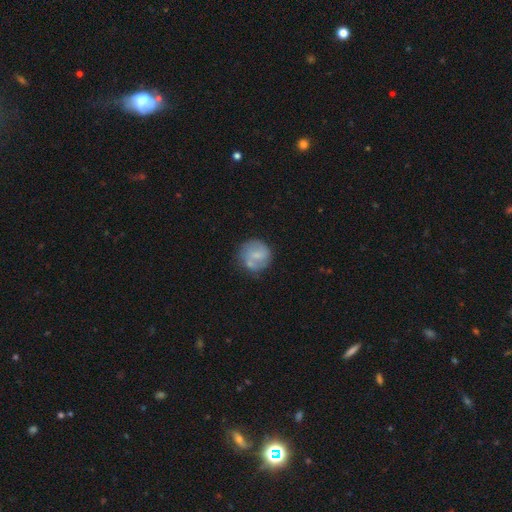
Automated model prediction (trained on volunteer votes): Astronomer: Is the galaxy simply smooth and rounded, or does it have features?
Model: smooth — 52% (runner-up: featured or disk, 42%).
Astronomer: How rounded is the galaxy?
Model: round — 86%.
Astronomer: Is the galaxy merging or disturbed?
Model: none — 58%.